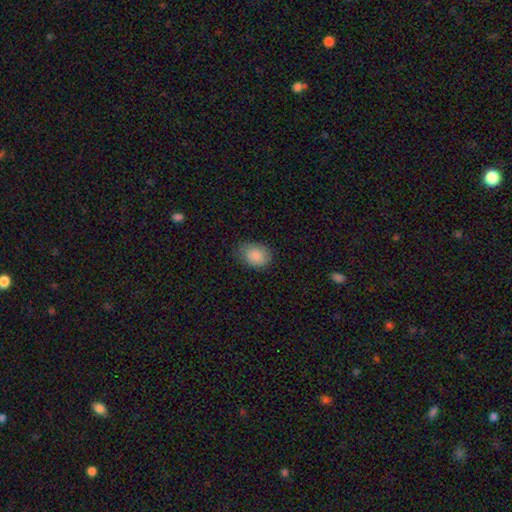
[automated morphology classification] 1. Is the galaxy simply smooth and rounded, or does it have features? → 86% smooth, 7% featured or disk, 7% star or artifact.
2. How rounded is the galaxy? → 65% in between, 34% round, 1% cigar-shaped.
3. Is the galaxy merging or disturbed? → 68% none, 25% minor disturbance, 6% major disturbance, 1% merger.